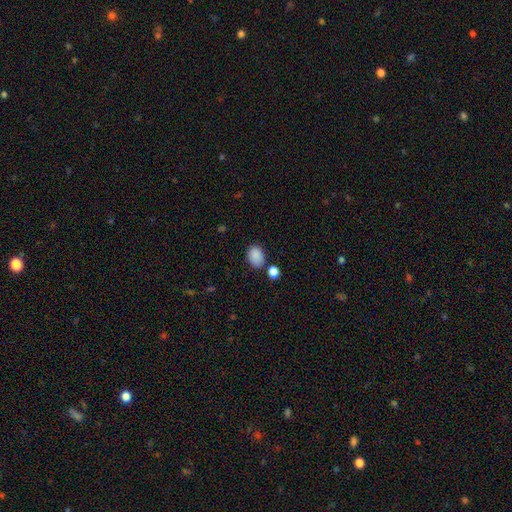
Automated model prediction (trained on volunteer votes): smooth_or_featured: smooth (p=0.87) [alt: star or artifact p=0.09]
how_rounded: in between (p=0.72) [alt: round p=0.27]
merging: none (p=0.73) [alt: minor disturbance p=0.14]